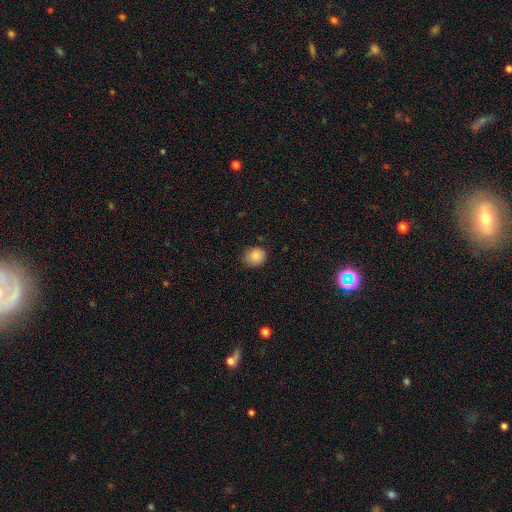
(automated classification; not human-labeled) Q: Smooth or featured?
A: smooth (85%); runner-up: star or artifact (9%)
Q: How rounded?
A: round (73%); runner-up: in between (27%)
Q: Merging?
A: none (81%); runner-up: minor disturbance (15%)